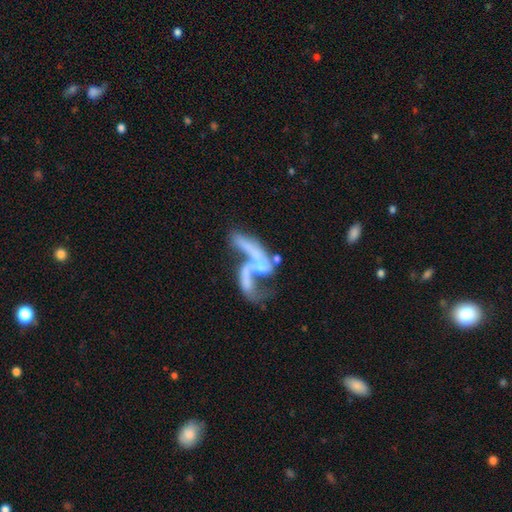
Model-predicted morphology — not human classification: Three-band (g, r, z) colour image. It shows a featured or disk galaxy (74%) with no bar (64%), spiral arms (62%) and no central bulge (45%). Merging: merger (48%).